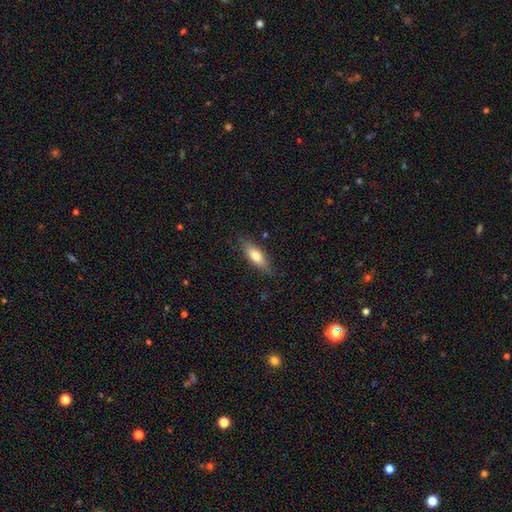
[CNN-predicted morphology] Smooth or featured? Predicted: smooth (p=0.68). How rounded? Predicted: in between (p=0.51). Merging? Predicted: none (p=0.81).